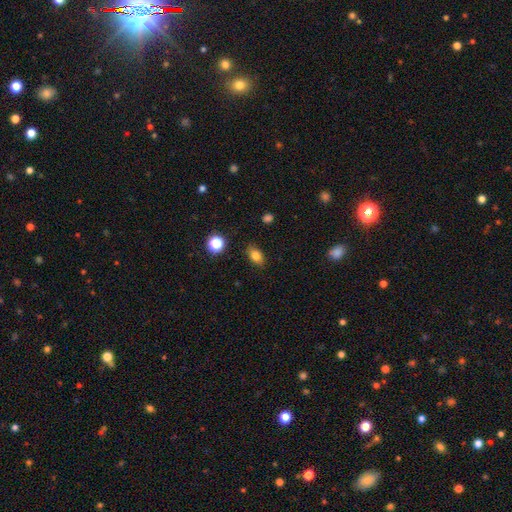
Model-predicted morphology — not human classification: Overall: smooth (82%). How rounded: in between (81%). Merging: none (86%).